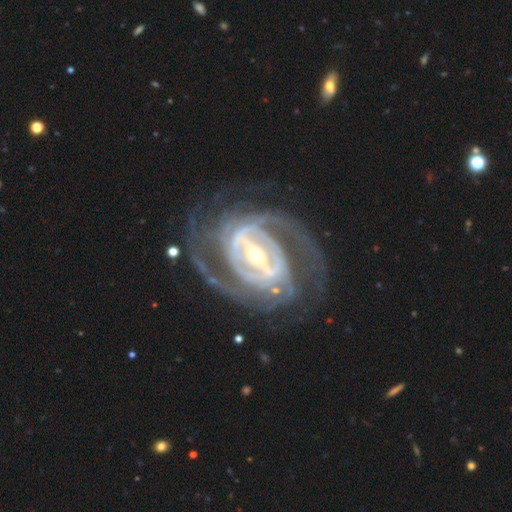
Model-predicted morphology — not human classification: A featured or disk galaxy (92%) with a strong bar (70%), 2 (44%) tight (52%) spiral arms (97%) and a small central bulge (49%). Merging: none (69%).